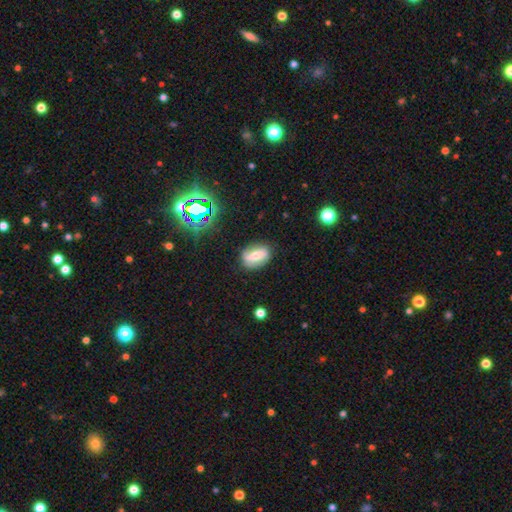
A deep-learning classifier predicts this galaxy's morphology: smooth_or_featured: smooth (p=0.46) [alt: featured or disk p=0.42]
merging: none (p=0.80) [alt: minor disturbance p=0.15]